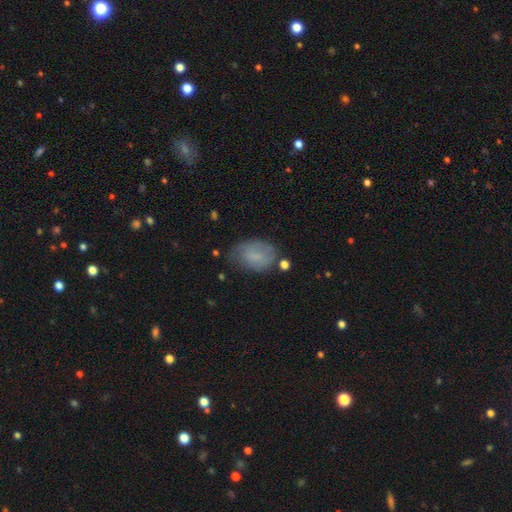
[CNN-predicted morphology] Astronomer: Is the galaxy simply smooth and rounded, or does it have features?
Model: smooth — 71%.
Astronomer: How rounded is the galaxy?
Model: in between — 82%.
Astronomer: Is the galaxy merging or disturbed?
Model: none — 55%.